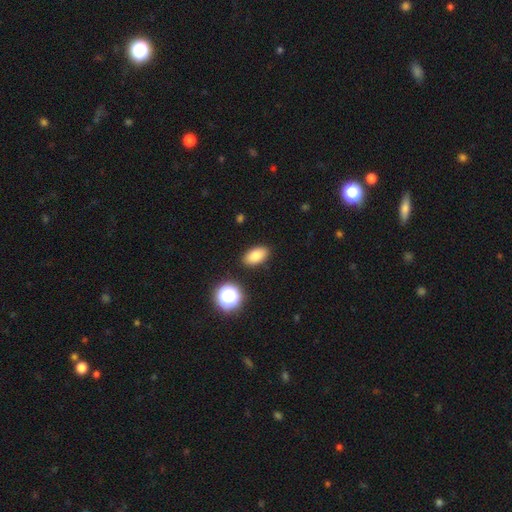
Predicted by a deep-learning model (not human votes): Smooth or featured? smooth (83%)
How rounded? in between (90%)
Merging? none (88%)